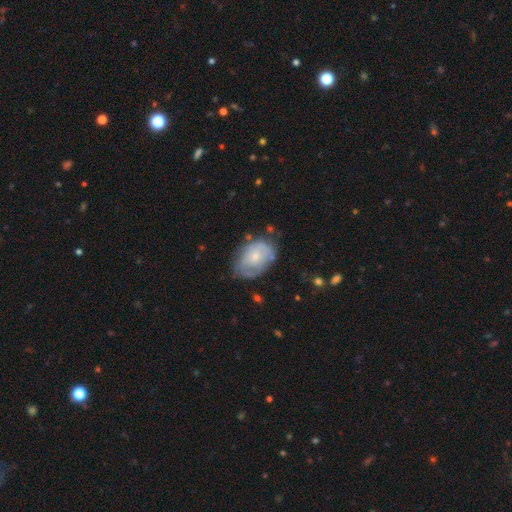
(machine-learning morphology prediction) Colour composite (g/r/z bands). It shows a smooth galaxy with no disk features (48%). Merging: none (58%).